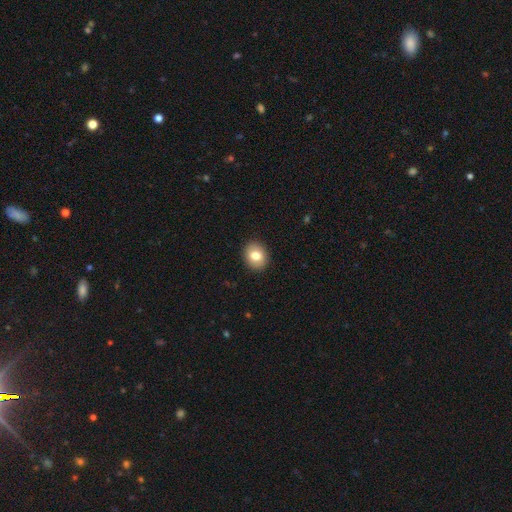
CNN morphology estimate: Smooth or featured? smooth (79%)
How rounded? round (51%)
Merging? none (91%)